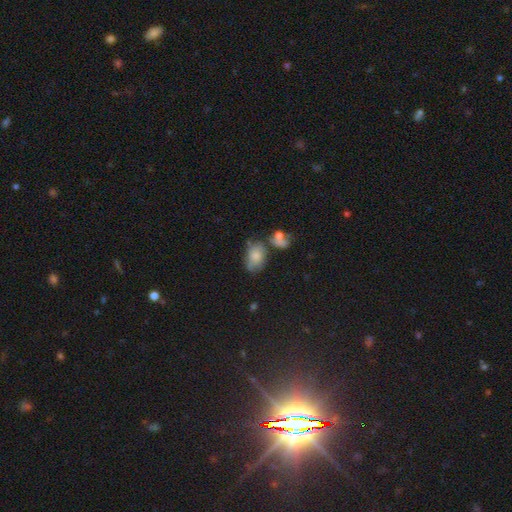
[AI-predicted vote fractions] smooth-or-featured: smooth: 76% | featured or disk: 15% | star or artifact: 9%
  how-rounded: in between: 84% | round: 14% | cigar-shaped: 2%
  merging: none: 43% | minor disturbance: 27% | merger: 17% | major disturbance: 12%